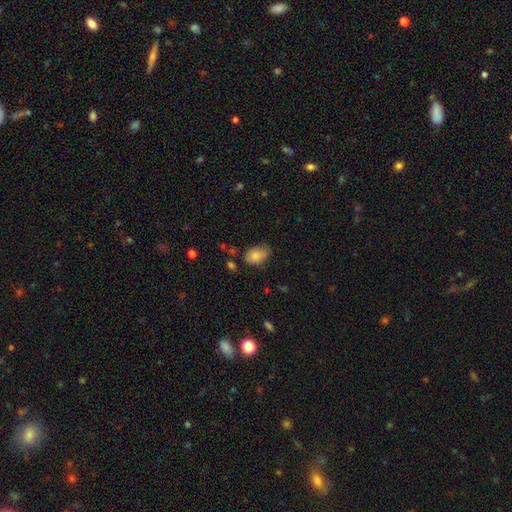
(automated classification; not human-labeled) smooth-or-featured: smooth: 82% | featured or disk: 10% | star or artifact: 8%
  how-rounded: in between: 85% | round: 14% | cigar-shaped: 1%
  merging: none: 60% | minor disturbance: 30% | major disturbance: 7% | merger: 3%